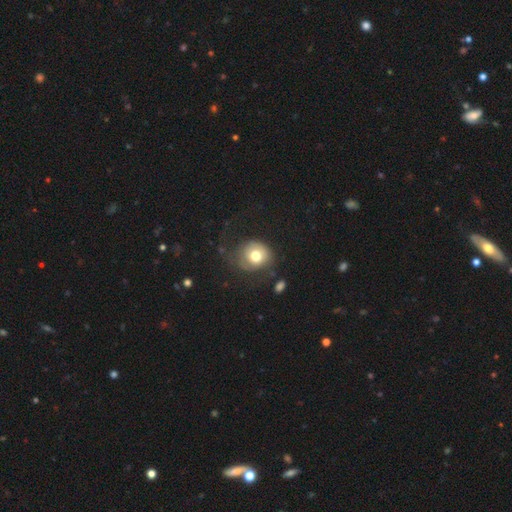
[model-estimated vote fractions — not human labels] The model was most divided on "merging": none: 53%, major disturbance: 23%, minor disturbance: 22%, merger: 3%. More confident: how rounded — round (80%); smooth or featured — smooth (67%).